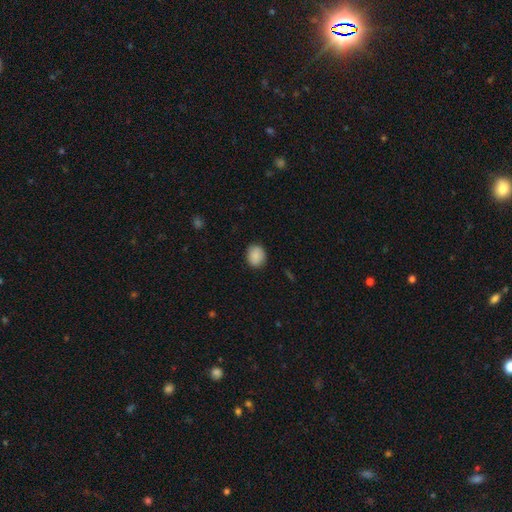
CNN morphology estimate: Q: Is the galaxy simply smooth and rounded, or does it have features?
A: smooth — 88%.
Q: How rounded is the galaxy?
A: round — 62%.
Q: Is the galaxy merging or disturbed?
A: none — 87%.